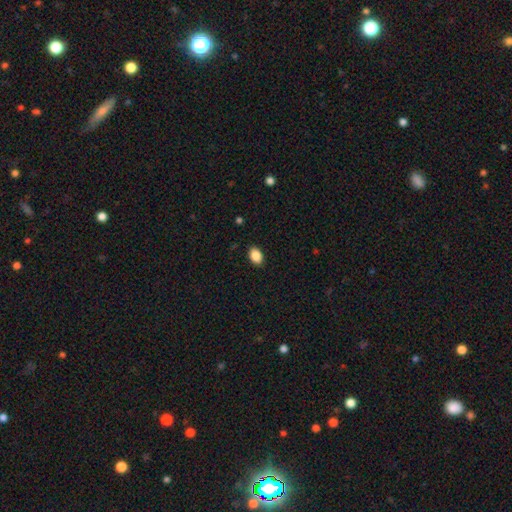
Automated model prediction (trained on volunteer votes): Overall: smooth (88%). How rounded: in between (83%). Merging: none (89%).